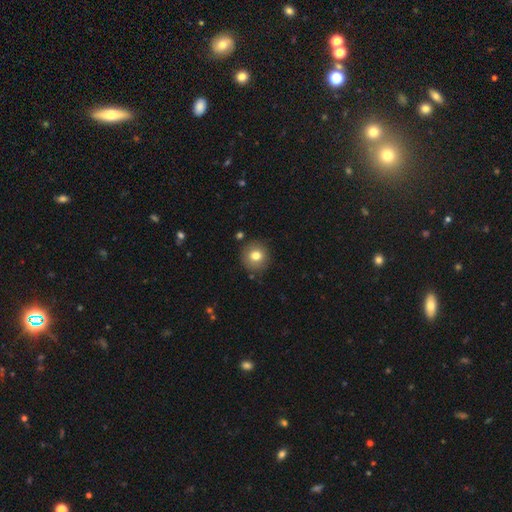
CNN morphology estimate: Q: Smooth or featured?
A: smooth (78%); runner-up: featured or disk (12%)
Q: How rounded?
A: round (93%); runner-up: in between (6%)
Q: Merging?
A: none (88%); runner-up: minor disturbance (8%)